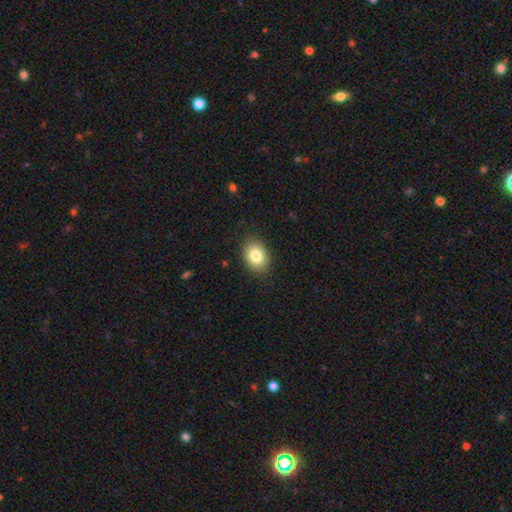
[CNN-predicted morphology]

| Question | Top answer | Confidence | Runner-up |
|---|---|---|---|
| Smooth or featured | smooth | 83% | featured or disk (9%) |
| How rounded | in between | 66% | round (33%) |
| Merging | none | 87% | minor disturbance (10%) |